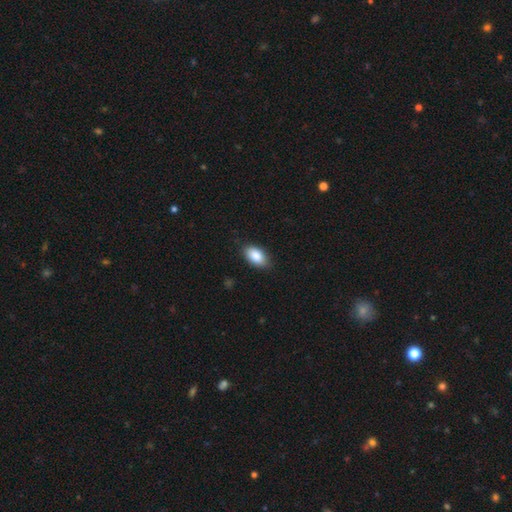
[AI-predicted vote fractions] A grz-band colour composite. It shows a smooth galaxy with no disk features (87%) that is in between round and cigar-shaped (93%). Merging: none (85%).